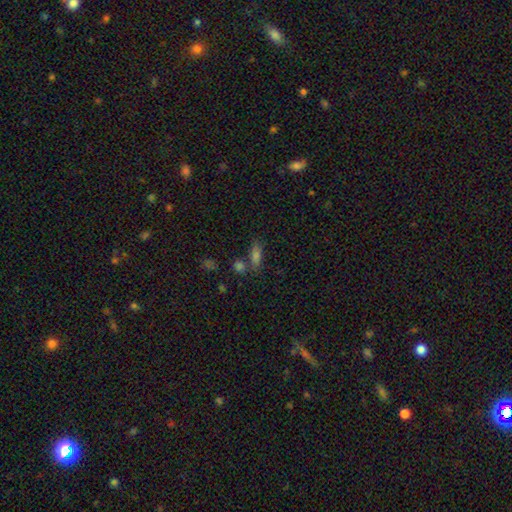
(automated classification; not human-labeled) Smooth or featured?
  - smooth: 68% *
  - star or artifact: 20%
  - featured or disk: 12%
How rounded?
  - in between: 65% *
  - cigar-shaped: 28%
  - round: 7%
Merging?
  - none: 63% *
  - merger: 19%
  - minor disturbance: 13%
  - major disturbance: 5%